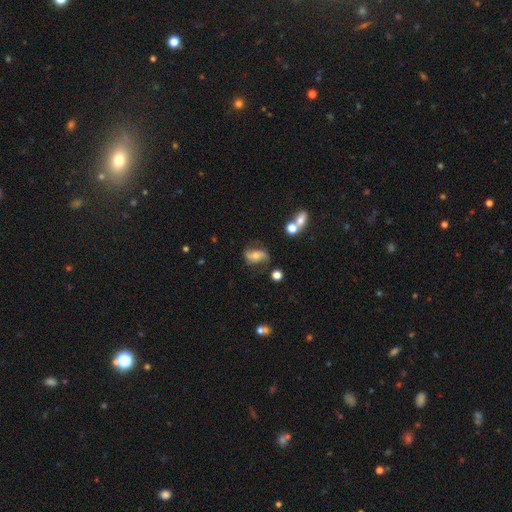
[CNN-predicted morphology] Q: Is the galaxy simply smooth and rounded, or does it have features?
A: featured or disk — 60%.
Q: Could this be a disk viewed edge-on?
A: no — 94%.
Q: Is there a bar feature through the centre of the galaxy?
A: no — 55%.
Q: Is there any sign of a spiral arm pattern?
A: yes — 85%.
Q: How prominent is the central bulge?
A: moderate — 52%.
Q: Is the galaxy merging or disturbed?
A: none — 62%.